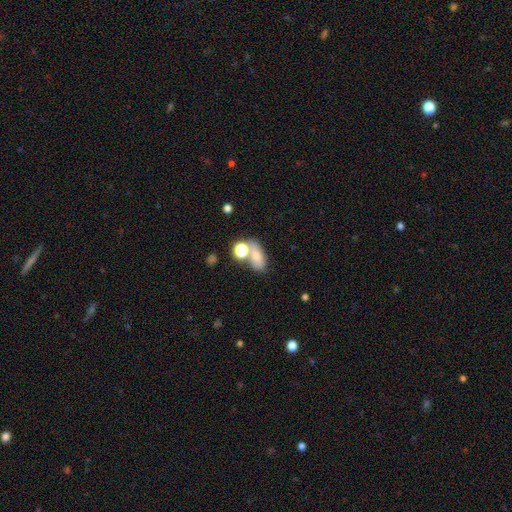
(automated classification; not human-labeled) Smooth or featured?
  - smooth: 72% *
  - featured or disk: 14%
  - star or artifact: 14%
How rounded?
  - in between: 78% *
  - round: 18%
  - cigar-shaped: 4%
Merging?
  - none: 44% *
  - merger: 35%
  - minor disturbance: 13%
  - major disturbance: 8%